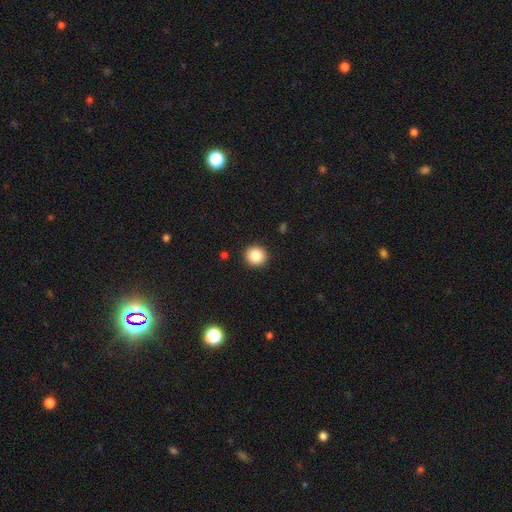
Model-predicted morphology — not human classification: This is clearly a smooth galaxy (86%). How rounded: clearly round (92%). Merging: clearly none (92%).